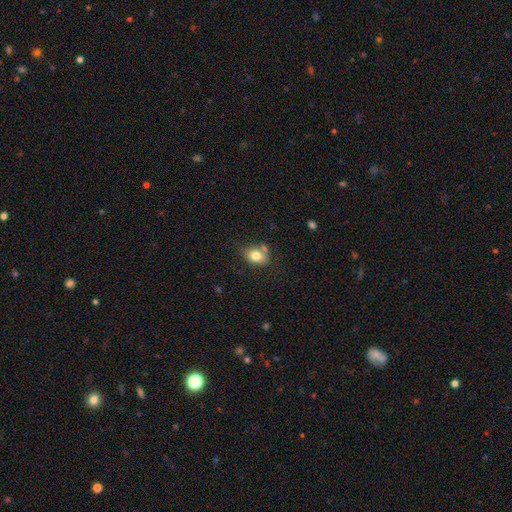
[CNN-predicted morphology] The model was most divided on "merging": none: 60%, minor disturbance: 20%, merger: 15%, major disturbance: 5%. More confident: smooth or featured — smooth (78%); how rounded — in between (70%).